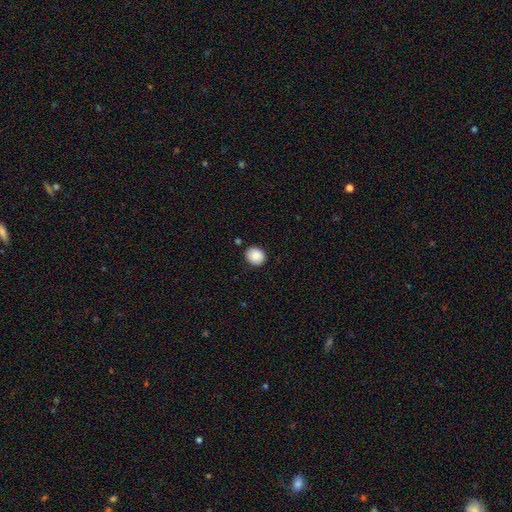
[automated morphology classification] Smooth or featured?
  - smooth: 89% *
  - star or artifact: 8%
  - featured or disk: 4%
How rounded?
  - round: 73% *
  - in between: 26%
  - cigar-shaped: 1%
Merging?
  - none: 86% *
  - minor disturbance: 10%
  - major disturbance: 2%
  - merger: 2%